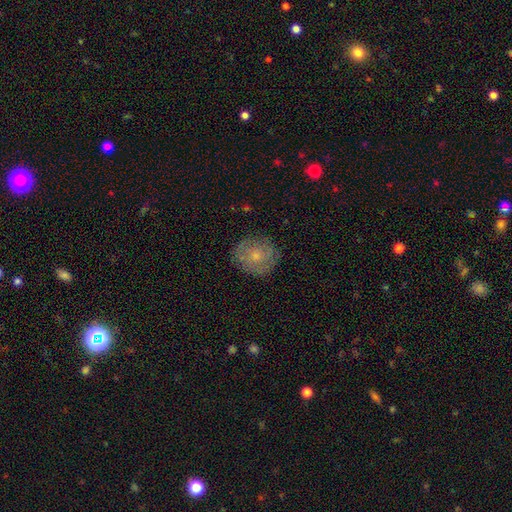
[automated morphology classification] Smooth or featured? smooth (50%)
How rounded? round (81%)
Merging? none (80%)